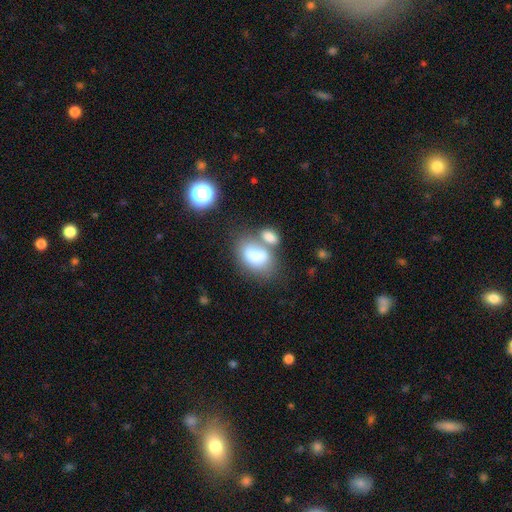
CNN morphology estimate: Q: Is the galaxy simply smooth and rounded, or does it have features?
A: smooth — 71%.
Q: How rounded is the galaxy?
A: in between — 84%.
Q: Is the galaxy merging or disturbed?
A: merger — 54%.